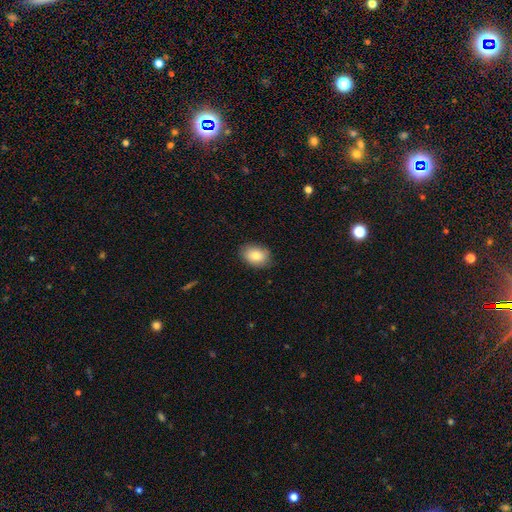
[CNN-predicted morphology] The model was most divided on "how rounded": in between: 77%, round: 22%, cigar-shaped: 1%. More confident: smooth or featured — smooth (83%); merging — none (82%).